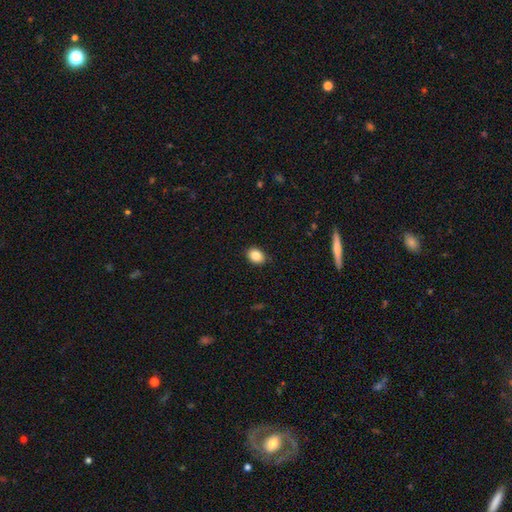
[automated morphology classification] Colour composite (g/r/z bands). It shows a smooth galaxy with no disk features (84%) that is in between round and cigar-shaped (62%). Merging: none (85%).